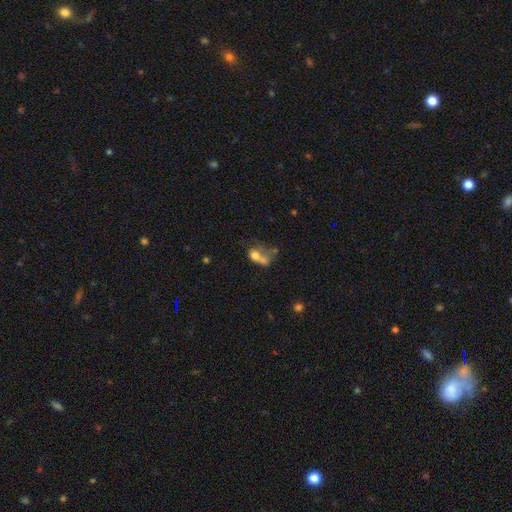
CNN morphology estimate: Smooth or featured: smooth — 61% (featured or disk — 26%)
How rounded: in between — 57% (round — 41%)
Merging: merger — 57% (major disturbance — 18%)